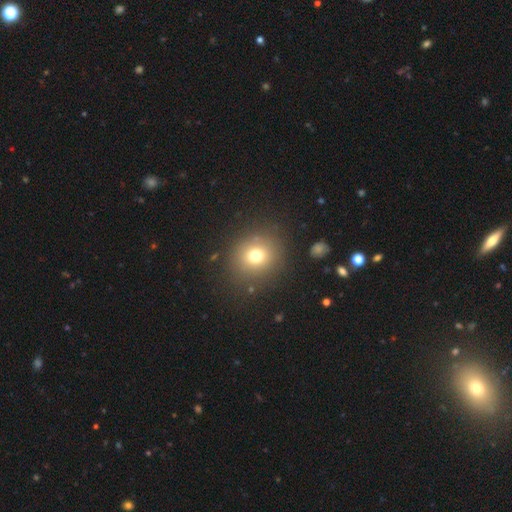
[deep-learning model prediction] Q: Smooth or featured?
A: smooth (73%); runner-up: star or artifact (16%)
Q: How rounded?
A: round (82%); runner-up: in between (17%)
Q: Merging?
A: none (84%); runner-up: minor disturbance (9%)